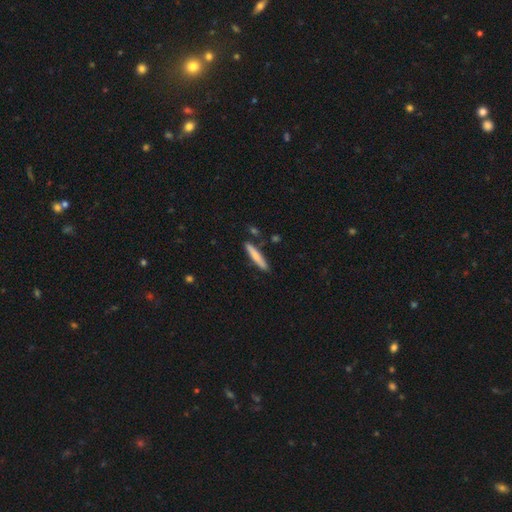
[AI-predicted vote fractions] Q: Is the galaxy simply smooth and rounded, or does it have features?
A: smooth — 71%.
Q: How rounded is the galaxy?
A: cigar-shaped — 93%.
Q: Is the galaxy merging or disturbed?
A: none — 82%.